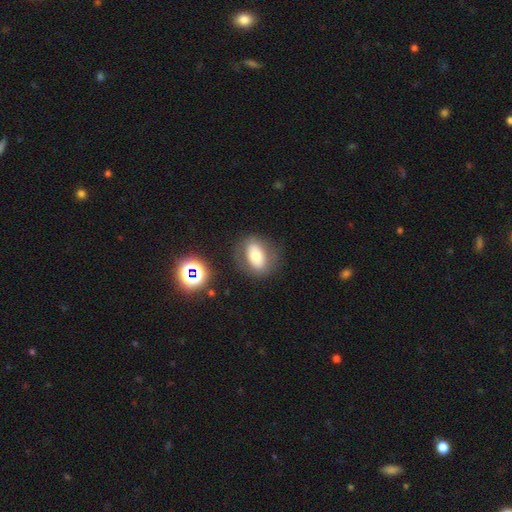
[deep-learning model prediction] Overall: smooth (59%; featured or disk 31%). How rounded: in between (81%). Merging: none (76%).